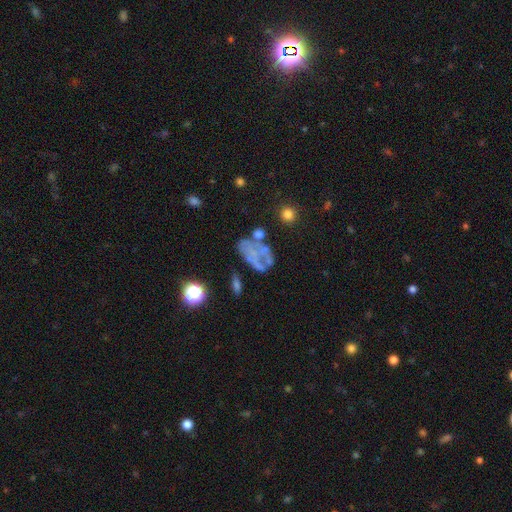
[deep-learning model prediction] Overall: featured or disk (55%; smooth 29%). Edge-on disk: no (97%). Bar: no (90%). Spiral arms: no (83%). Bulge size: none (78%). Merging: none (37%; major disturbance 28%).